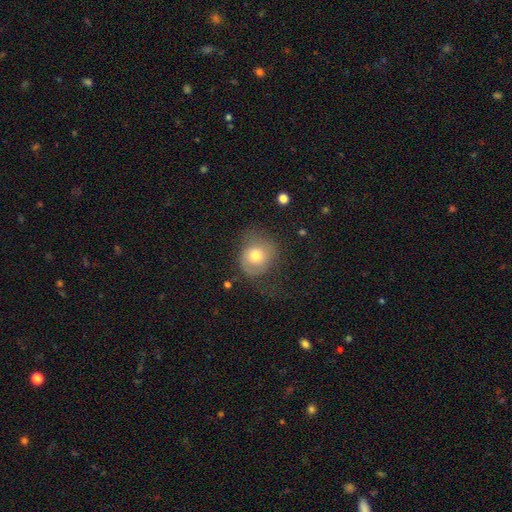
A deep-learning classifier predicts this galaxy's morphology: Smooth or featured: smooth — 64% (featured or disk — 27%)
How rounded: round — 69% (in between — 30%)
Merging: none — 45% (minor disturbance — 28%)